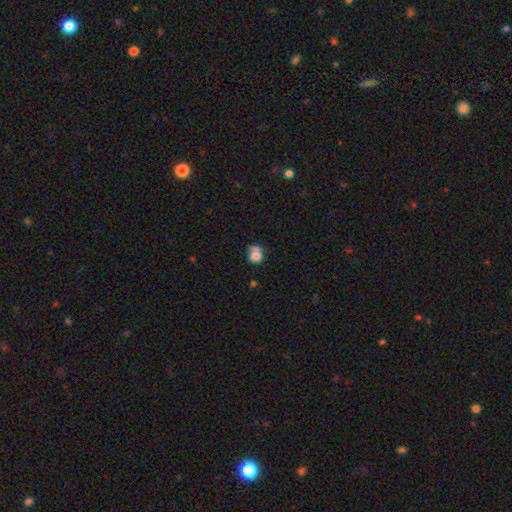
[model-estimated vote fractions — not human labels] smooth-or-featured: smooth: 73% | featured or disk: 17% | star or artifact: 10%
  how-rounded: round: 70% | in between: 29% | cigar-shaped: 1%
  merging: none: 39% | merger: 24% | minor disturbance: 21% | major disturbance: 16%